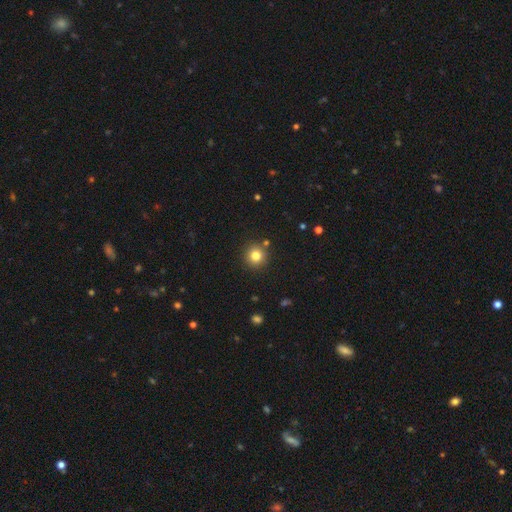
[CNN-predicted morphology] Smooth or featured? smooth (81%)
How rounded? round (94%)
Merging? none (87%)